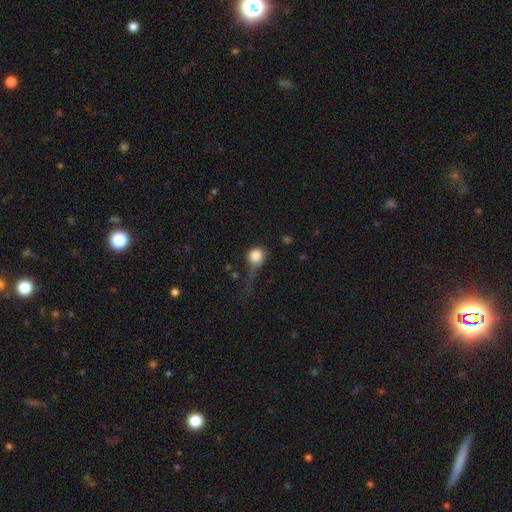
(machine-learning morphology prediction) Smooth or featured? smooth (81%)
How rounded? round (81%)
Merging? major disturbance (41%)